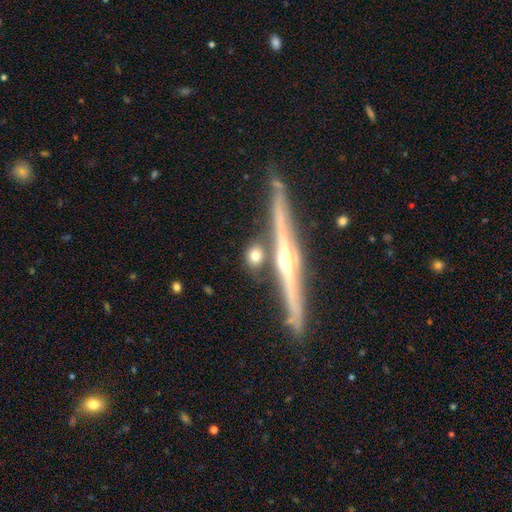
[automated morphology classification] This is possibly a smooth galaxy (54%). How rounded: possibly round (50%). Merging: likely none (75%).